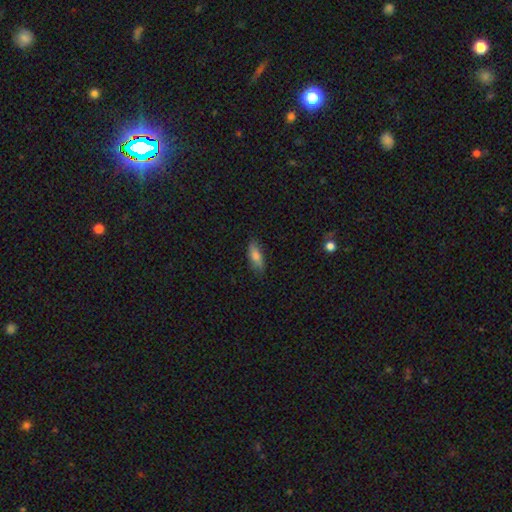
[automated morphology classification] A smooth galaxy with no disk features (79%) that is in between round and cigar-shaped (65%).

Vote fractions:
- Smooth or featured? smooth: 79% / featured or disk: 14% / star or artifact: 7%
- How rounded? in between: 65% / cigar-shaped: 32% / round: 2%
- Merging? none: 79% / minor disturbance: 16% / major disturbance: 3% / merger: 1%